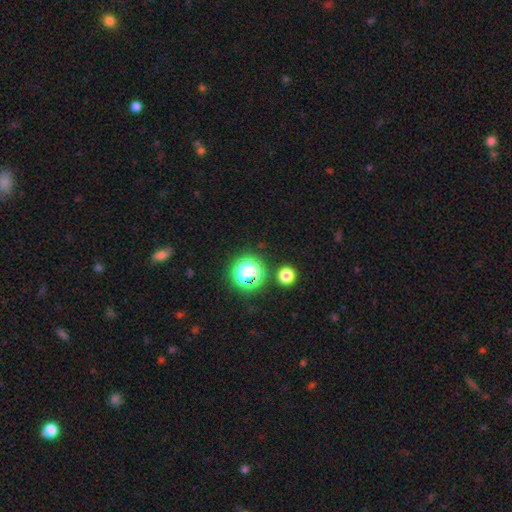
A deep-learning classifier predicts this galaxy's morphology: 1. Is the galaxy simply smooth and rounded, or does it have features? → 71% star or artifact, 23% smooth, 6% featured or disk.